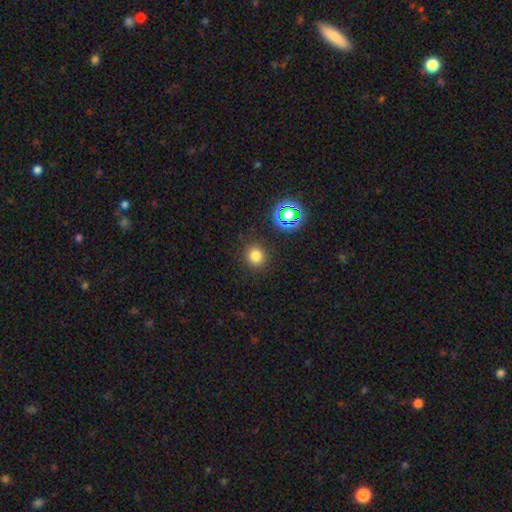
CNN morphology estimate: This appears to be a smooth galaxy with no disk features (77%) that is round (88%). Merging: none (89%).